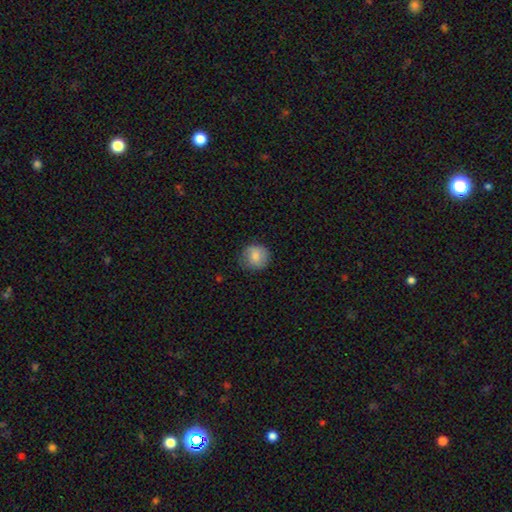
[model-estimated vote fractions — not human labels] Morphology: type=smooth (77%); roundness=round (88%); merging=none (76%).